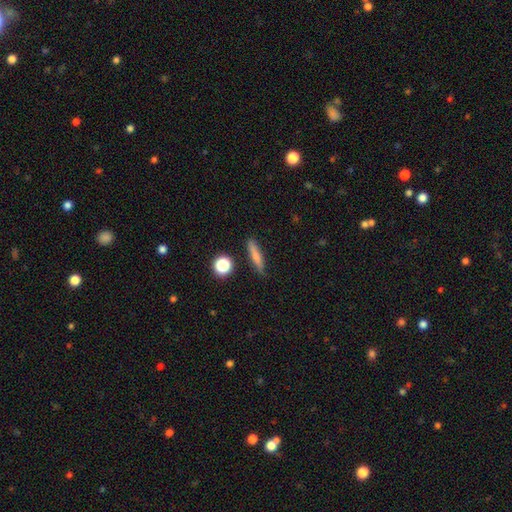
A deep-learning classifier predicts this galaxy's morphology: smooth-or-featured: smooth: 74% | featured or disk: 16% | star or artifact: 9%
  how-rounded: cigar-shaped: 81% | in between: 14% | round: 6%
  merging: none: 81% | minor disturbance: 14% | major disturbance: 3% | merger: 3%